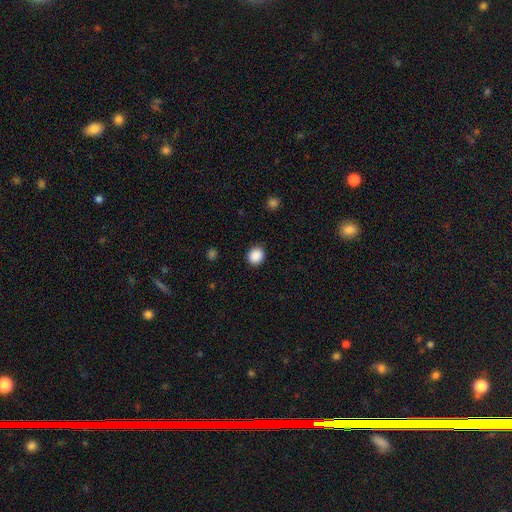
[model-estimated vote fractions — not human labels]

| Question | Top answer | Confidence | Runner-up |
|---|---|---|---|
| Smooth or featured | smooth | 89% | star or artifact (9%) |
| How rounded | round | 81% | in between (18%) |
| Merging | none | 90% | minor disturbance (7%) |